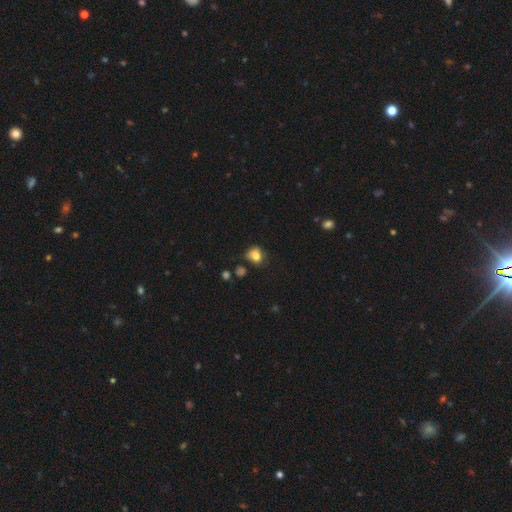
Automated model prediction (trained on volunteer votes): A smooth galaxy with no disk features (79%) that is round (64%). Merging: none (57%).